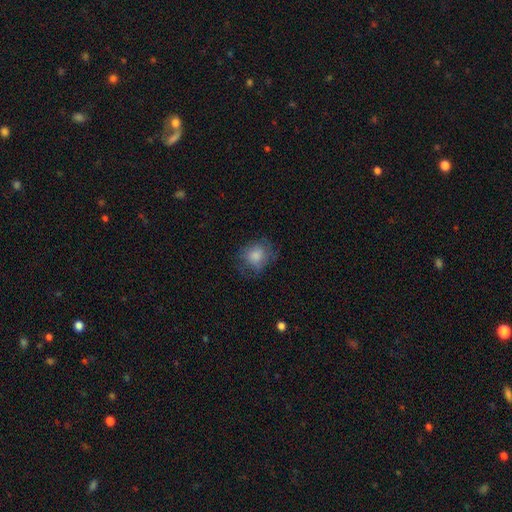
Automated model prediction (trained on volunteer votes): A smooth galaxy with no disk features (78%) that is round (66%).

Vote fractions:
- Smooth or featured? smooth: 78% / featured or disk: 13% / star or artifact: 9%
- How rounded? round: 66% / in between: 33% / cigar-shaped: 1%
- Merging? none: 63% / minor disturbance: 23% / major disturbance: 13% / merger: 1%